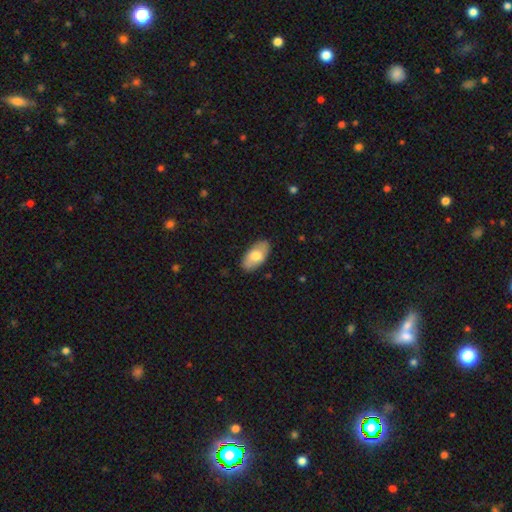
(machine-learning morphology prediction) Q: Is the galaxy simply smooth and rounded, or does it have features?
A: smooth — 69%.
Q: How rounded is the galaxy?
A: in between — 94%.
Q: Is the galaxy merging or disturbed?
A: none — 87%.